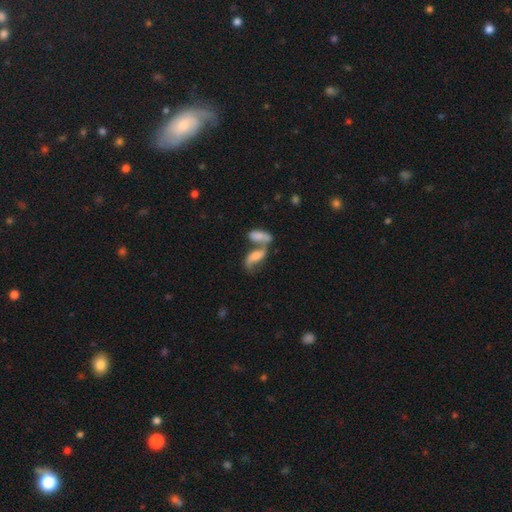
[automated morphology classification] The model was most divided on "smooth or featured": featured or disk: 51%, smooth: 38%, star or artifact: 11%. More confident: edge-on disk — no (88%); merging — merger (59%).